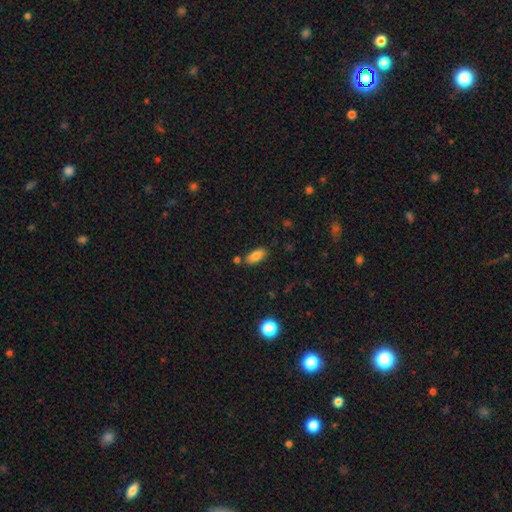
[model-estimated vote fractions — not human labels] Smooth or featured: smooth — 83% (star or artifact — 9%)
How rounded: in between — 88% (cigar-shaped — 9%)
Merging: none — 77% (minor disturbance — 12%)